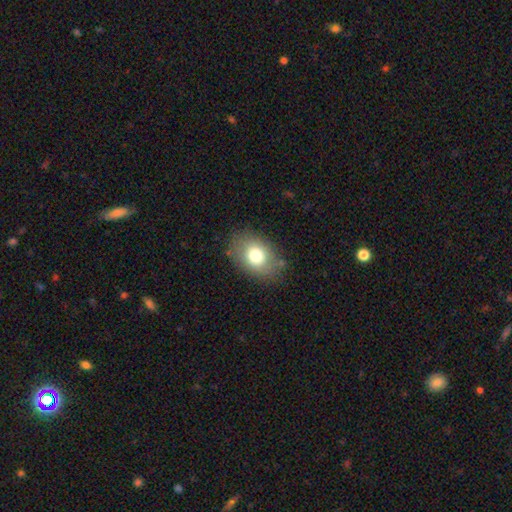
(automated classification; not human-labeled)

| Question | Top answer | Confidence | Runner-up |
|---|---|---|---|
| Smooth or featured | smooth | 76% | featured or disk (15%) |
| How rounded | in between | 71% | round (28%) |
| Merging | none | 80% | minor disturbance (14%) |